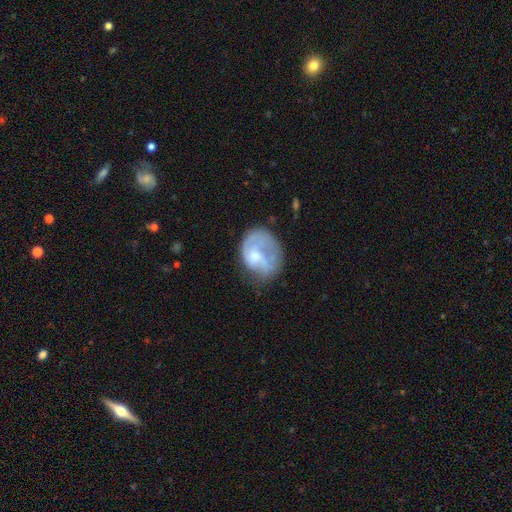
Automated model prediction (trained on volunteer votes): Smooth or featured?
  - featured or disk: 53% *
  - smooth: 40%
  - star or artifact: 7%
Edge-on disk?
  - no: 98% *
  - yes: 2%
Bar?
  - no: 72% *
  - weak: 24%
  - strong: 4%
Spiral arms?
  - yes: 53% *
  - no: 47%
Bulge size?
  - moderate: 43% *
  - small: 34%
  - none: 15%
  - large: 6%
  - dominant: 2%
Merging?
  - none: 37% *
  - major disturbance: 31%
  - minor disturbance: 28%
  - merger: 4%